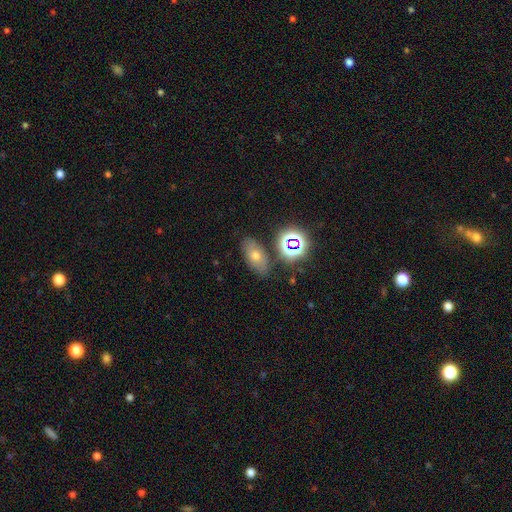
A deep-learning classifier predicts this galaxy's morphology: smooth 53%, star or artifact 25%, featured or disk 22%. Down the decision tree: how rounded — in between (79%); merging — none (80%).